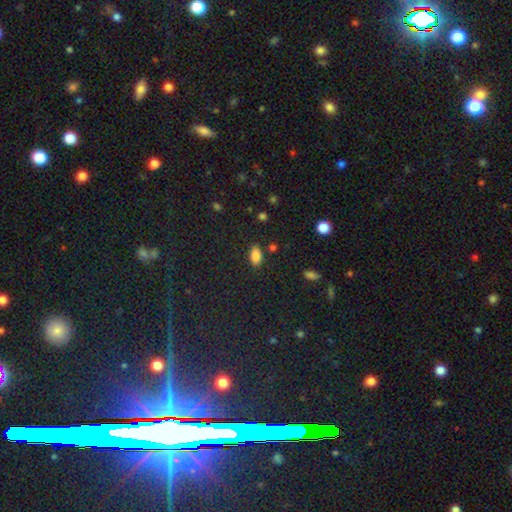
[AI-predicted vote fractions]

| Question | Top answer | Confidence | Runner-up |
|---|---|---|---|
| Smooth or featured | smooth | 82% | star or artifact (10%) |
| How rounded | in between | 91% | round (6%) |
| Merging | none | 84% | minor disturbance (11%) |